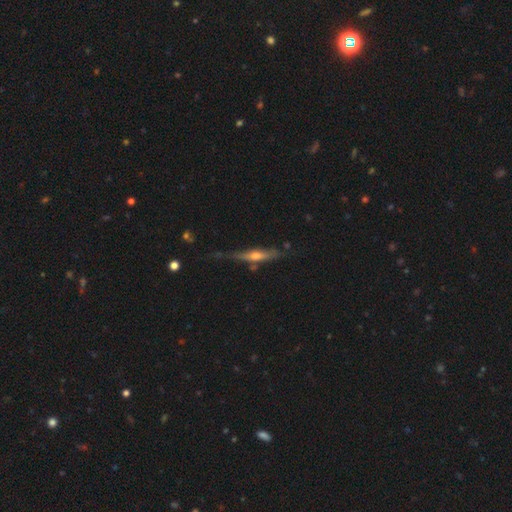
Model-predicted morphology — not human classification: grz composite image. It shows a featured or disk galaxy (65%) viewed edge-on (92%) with a rounded central bulge (84%). Merging: none (57%).